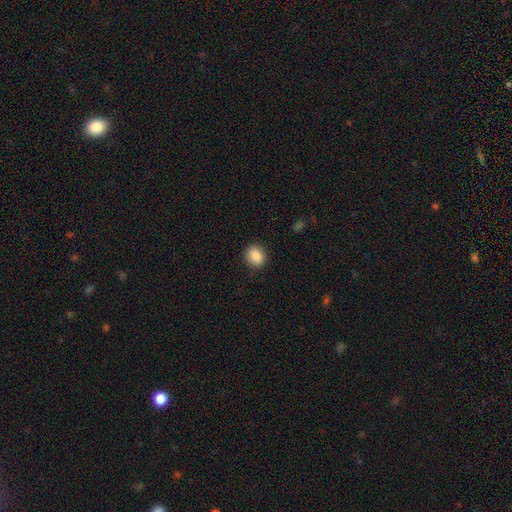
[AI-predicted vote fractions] A smooth galaxy with no disk features (87%) that is round (66%).

Vote fractions:
- Smooth or featured? smooth: 87% / star or artifact: 8% / featured or disk: 4%
- How rounded? round: 66% / in between: 33% / cigar-shaped: 1%
- Merging? none: 89% / minor disturbance: 7% / major disturbance: 2% / merger: 1%